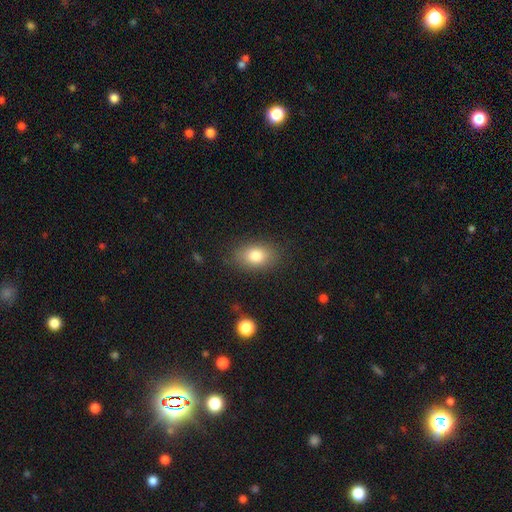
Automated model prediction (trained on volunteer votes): This is clearly a smooth galaxy (81%). How rounded: clearly in between (82%). Merging: clearly none (83%).